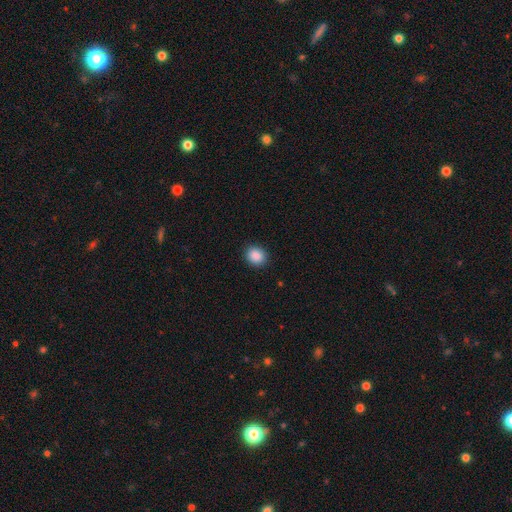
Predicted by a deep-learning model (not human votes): Overall: smooth (89%). How rounded: round (69%; in between 30%). Merging: none (90%).